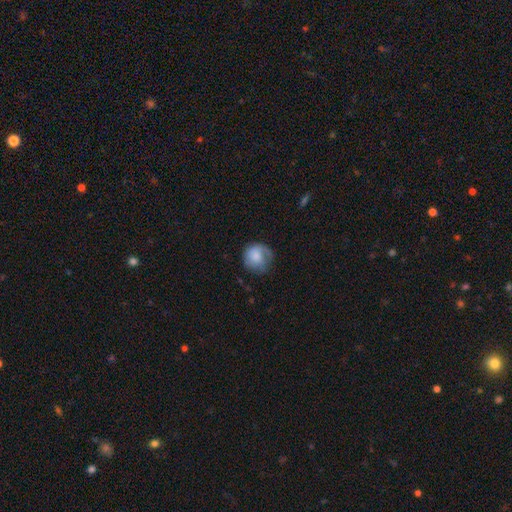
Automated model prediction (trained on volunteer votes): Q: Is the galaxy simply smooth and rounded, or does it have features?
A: smooth — 68%.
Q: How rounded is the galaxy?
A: round — 84%.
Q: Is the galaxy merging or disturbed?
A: none — 52%.